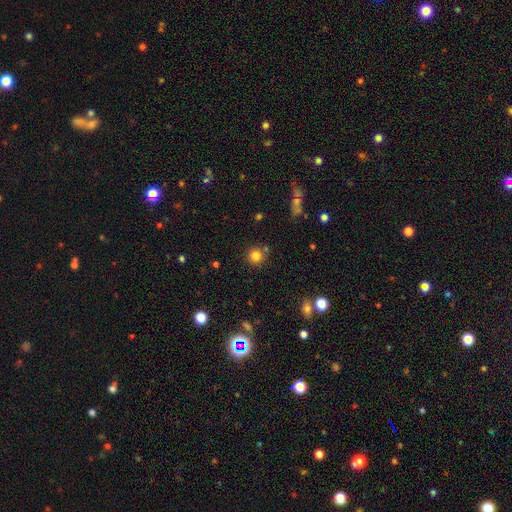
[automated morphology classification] This appears to be a smooth galaxy with no disk features (81%) that is round (93%). Merging: none (81%).